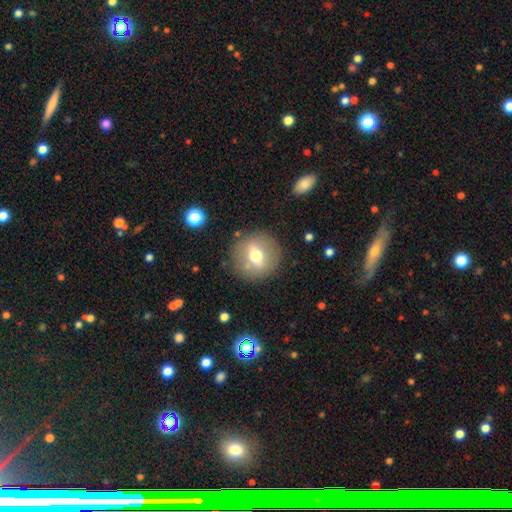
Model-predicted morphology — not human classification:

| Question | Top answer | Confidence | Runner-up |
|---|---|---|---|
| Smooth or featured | smooth | 54% | featured or disk (36%) |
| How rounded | round | 90% | in between (9%) |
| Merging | none | 85% | minor disturbance (9%) |